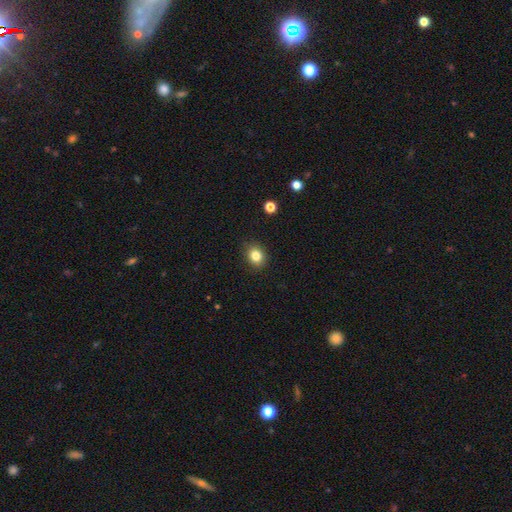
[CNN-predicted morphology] Smooth or featured? Predicted: smooth (p=0.83). How rounded? Predicted: round (p=0.60). Merging? Predicted: none (p=0.87).